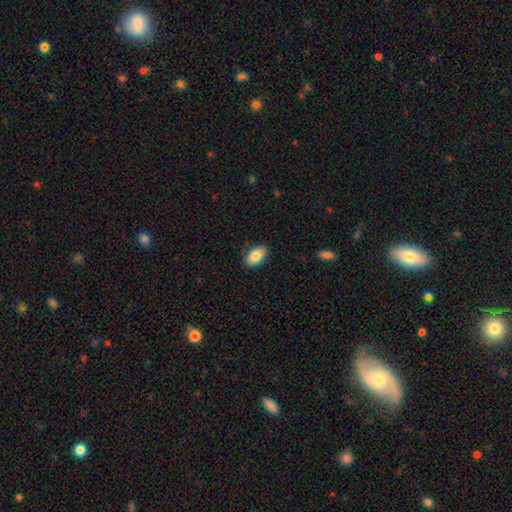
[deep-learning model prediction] Smooth or featured? Predicted: smooth (p=0.85). How rounded? Predicted: in between (p=0.93). Merging? Predicted: none (p=0.86).